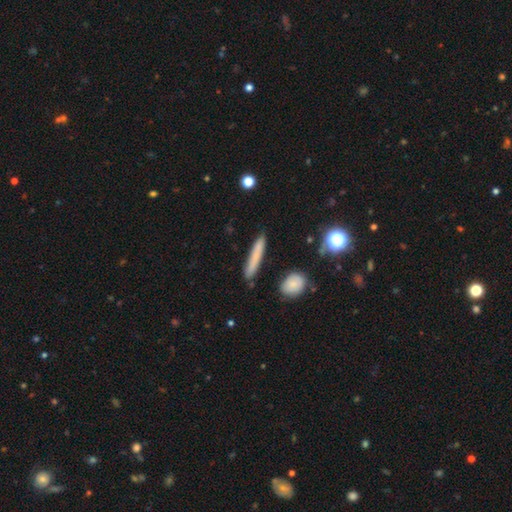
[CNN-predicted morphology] A smooth galaxy with no disk features (72%) that is cigar-shaped (93%).

Vote fractions:
- Smooth or featured? smooth: 72% / featured or disk: 19% / star or artifact: 9%
- How rounded? cigar-shaped: 93% / in between: 5% / round: 2%
- Merging? none: 85% / minor disturbance: 10% / merger: 2% / major disturbance: 2%